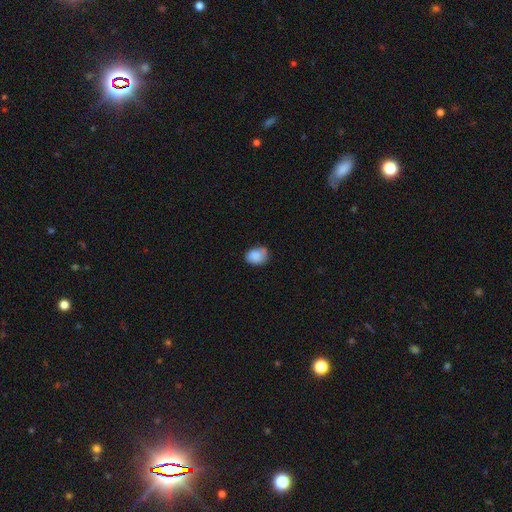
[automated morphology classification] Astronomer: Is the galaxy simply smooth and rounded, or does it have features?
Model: smooth — 84%.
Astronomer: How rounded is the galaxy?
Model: in between — 63%.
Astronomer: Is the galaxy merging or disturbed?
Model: none — 61%.